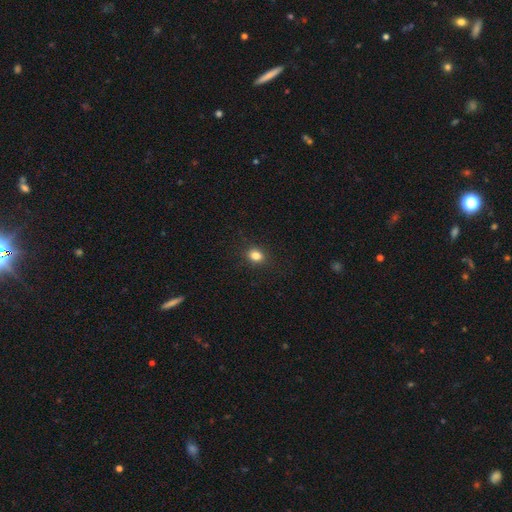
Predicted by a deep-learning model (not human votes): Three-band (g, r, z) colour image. It shows a smooth galaxy with no disk features (83%) that is round (54%). Merging: none (88%).